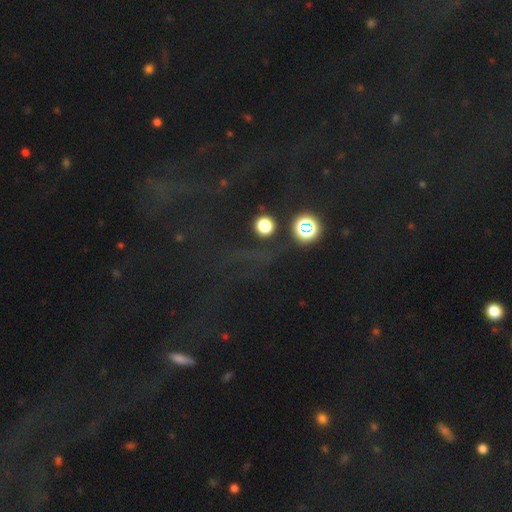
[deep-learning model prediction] The model was most divided on "smooth or featured": star or artifact: 72%, smooth: 17%, featured or disk: 11%.